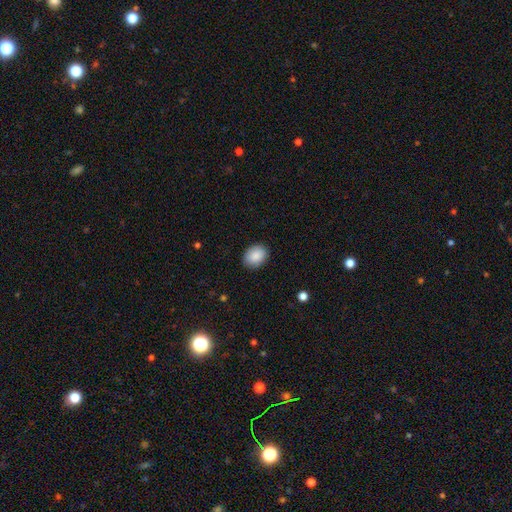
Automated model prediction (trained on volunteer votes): Morphology: type=smooth (89%); roundness=in between (65%); merging=none (88%).